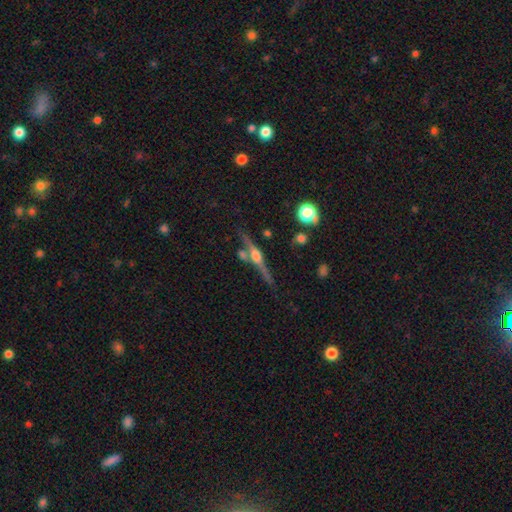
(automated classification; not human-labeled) Smooth or featured: featured or disk — 82% (smooth — 10%)
Edge-on disk: yes — 97% (no — 3%)
Edge-on bulge: rounded — 90% (boxy — 7%)
Merging: none — 74% (minor disturbance — 12%)